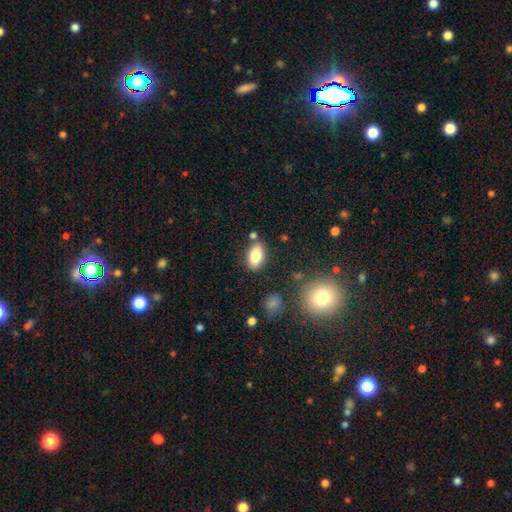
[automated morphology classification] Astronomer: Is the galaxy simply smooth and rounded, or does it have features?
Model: smooth — 82%.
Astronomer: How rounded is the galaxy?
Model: in between — 90%.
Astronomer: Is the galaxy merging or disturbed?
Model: none — 78%.